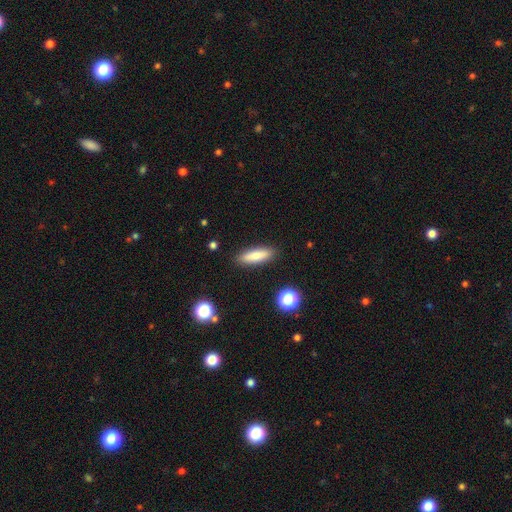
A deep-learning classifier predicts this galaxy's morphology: type=smooth (78%); roundness=cigar-shaped (62%); merging=none (89%).